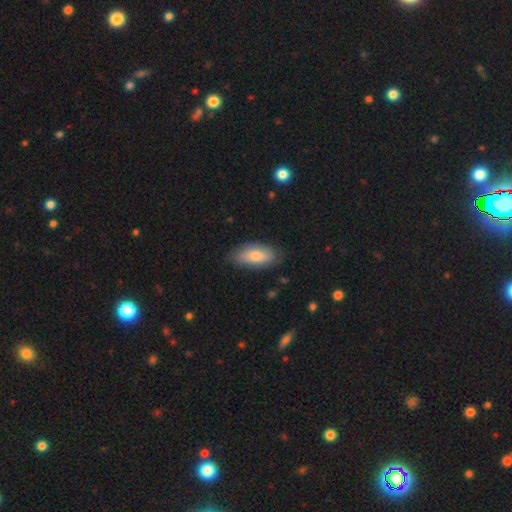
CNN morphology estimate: A smooth galaxy with no disk features (74%) that is in between round and cigar-shaped (87%). Merging: none (78%).